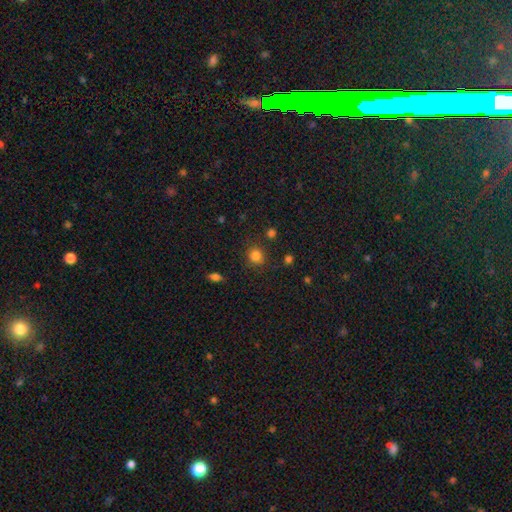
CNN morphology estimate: This is clearly a smooth galaxy (83%). How rounded: clearly round (85%). Merging: clearly none (84%).